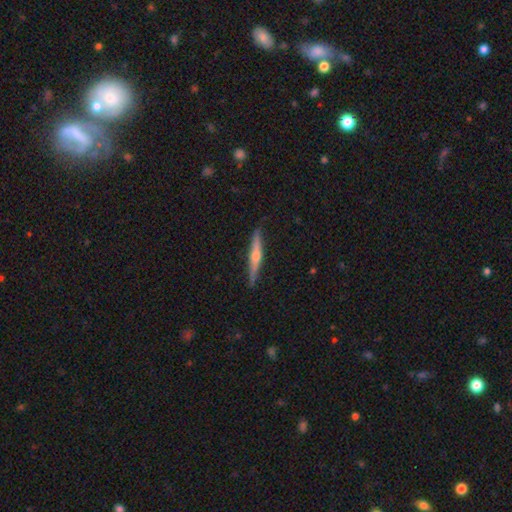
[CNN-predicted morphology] smooth-or-featured: featured or disk: 68% | smooth: 26% | star or artifact: 5%
  disk-edge-on: yes: 98% | no: 2%
    edge-on-bulge: rounded: 89% | none: 7% | boxy: 4%
  merging: none: 89% | minor disturbance: 8% | major disturbance: 1% | merger: 1%